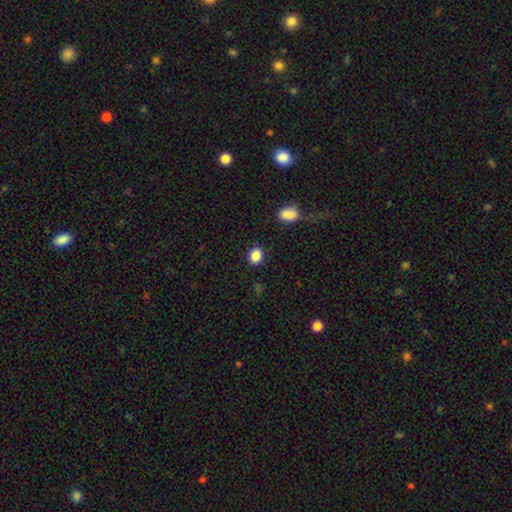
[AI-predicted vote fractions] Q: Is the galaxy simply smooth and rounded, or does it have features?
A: smooth — 87%.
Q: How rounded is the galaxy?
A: round — 56%.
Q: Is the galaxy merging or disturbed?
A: none — 88%.